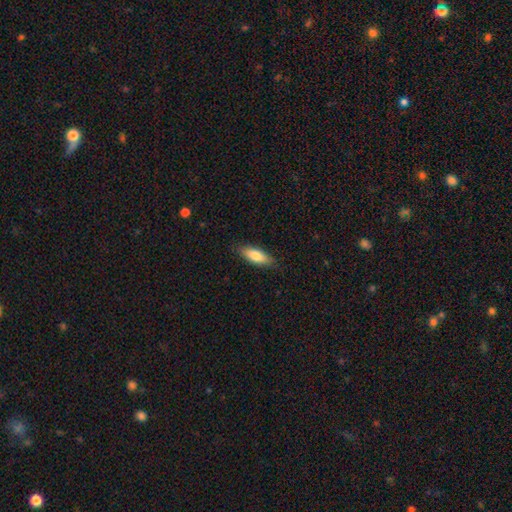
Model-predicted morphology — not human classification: A smooth galaxy with no disk features (78%) that is in between round and cigar-shaped (64%).

Vote fractions:
- Smooth or featured? smooth: 78% / featured or disk: 16% / star or artifact: 6%
- How rounded? in between: 64% / cigar-shaped: 34% / round: 2%
- Merging? none: 86% / minor disturbance: 11% / major disturbance: 2% / merger: 1%